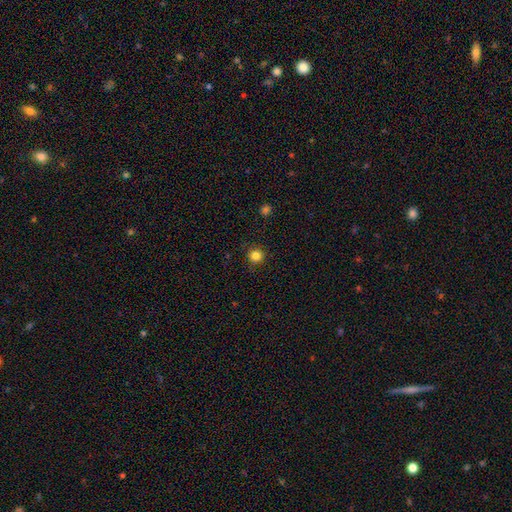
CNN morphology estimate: A smooth galaxy with no disk features (84%) that is round (95%). Merging: none (91%).